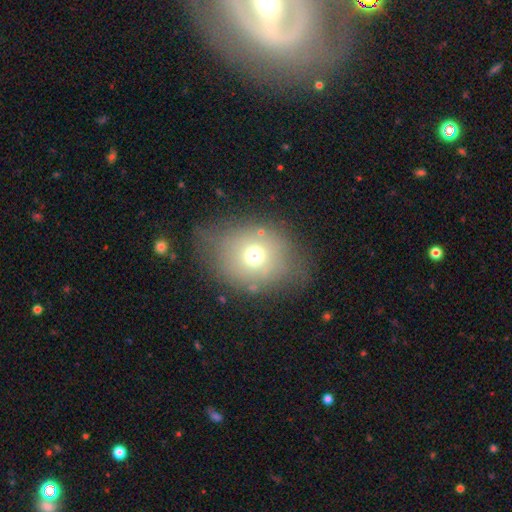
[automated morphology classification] Smooth or featured? Predicted: smooth (p=0.66). How rounded? Predicted: round (p=0.52). Merging? Predicted: none (p=0.67).